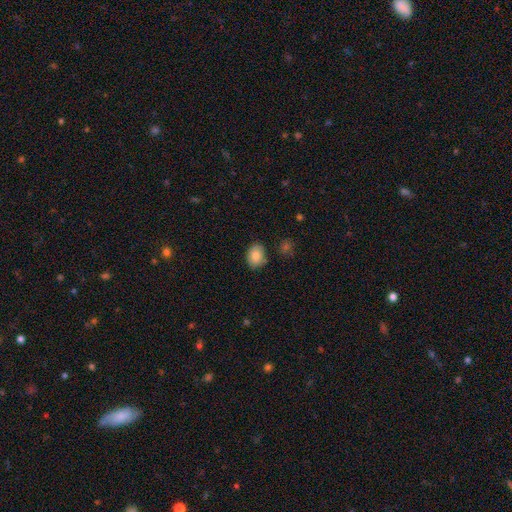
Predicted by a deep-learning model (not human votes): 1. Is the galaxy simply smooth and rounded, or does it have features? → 85% smooth, 8% star or artifact, 8% featured or disk.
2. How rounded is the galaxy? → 75% in between, 24% round, 1% cigar-shaped.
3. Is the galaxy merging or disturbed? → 82% none, 13% minor disturbance, 3% merger, 3% major disturbance.